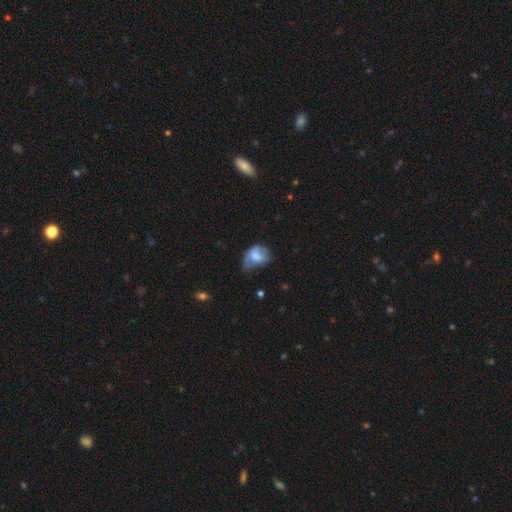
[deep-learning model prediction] Morphology: type=smooth (59%); roundness=in between (65%); merging=minor disturbance (37%).